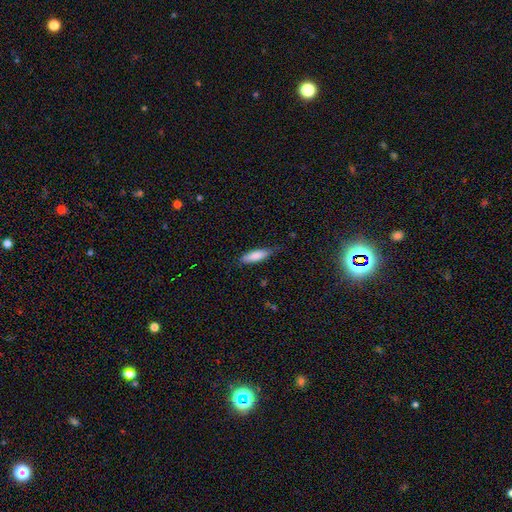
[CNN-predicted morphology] type=smooth (82%); roundness=cigar-shaped (53%); merging=none (74%).